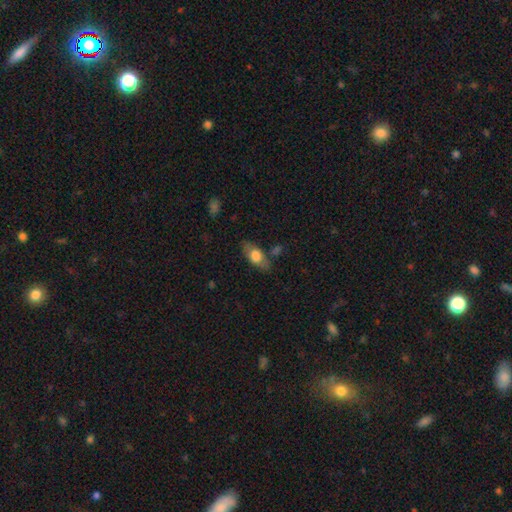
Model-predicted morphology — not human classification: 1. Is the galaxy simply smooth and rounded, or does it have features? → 66% smooth, 27% featured or disk, 7% star or artifact.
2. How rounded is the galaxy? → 79% in between, 15% cigar-shaped, 6% round.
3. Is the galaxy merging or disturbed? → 74% none, 16% minor disturbance, 5% major disturbance, 5% merger.